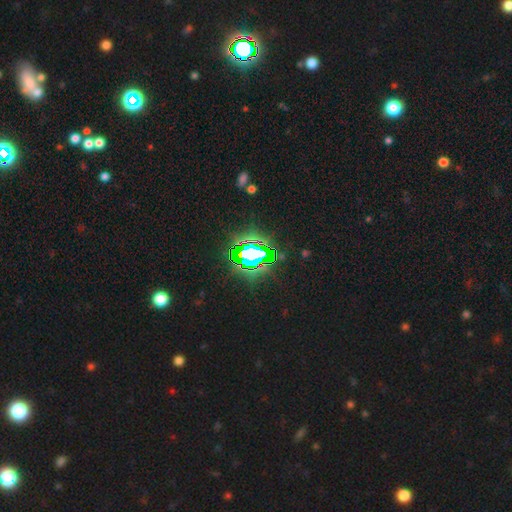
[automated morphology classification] type=star or artifact (85%).